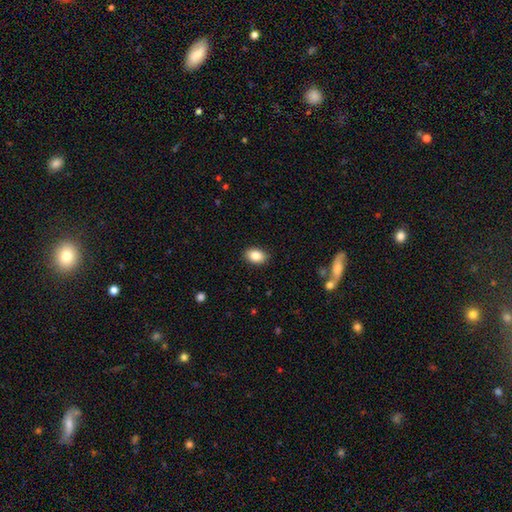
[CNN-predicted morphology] Q: Smooth or featured?
A: smooth (86%); runner-up: star or artifact (8%)
Q: How rounded?
A: in between (84%); runner-up: round (15%)
Q: Merging?
A: none (89%); runner-up: minor disturbance (8%)